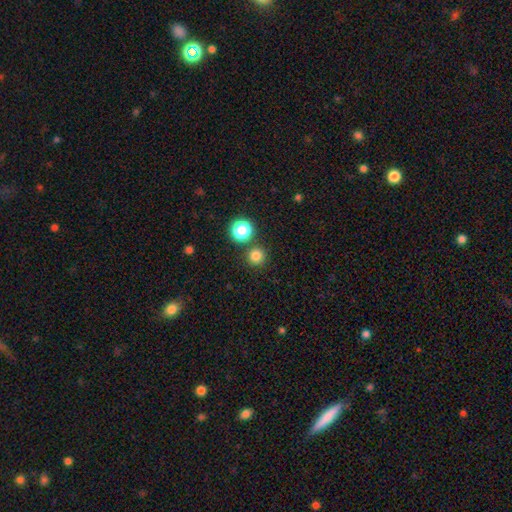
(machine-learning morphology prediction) smooth 79%, star or artifact 16%, featured or disk 5%. Down the decision tree: how rounded — round (95%); merging — none (83%).